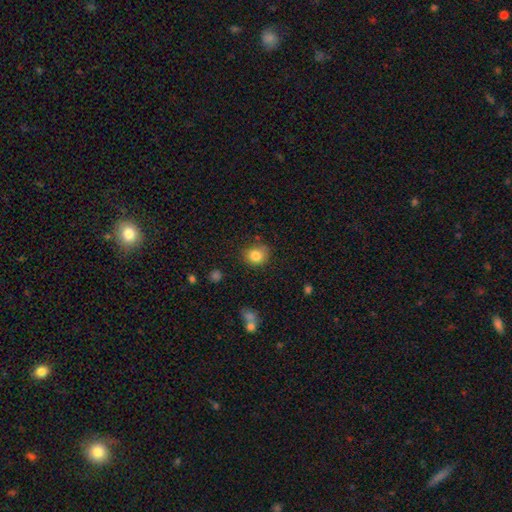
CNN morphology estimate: This appears to be a smooth galaxy with no disk features (83%) that is round (73%). Merging: none (76%).